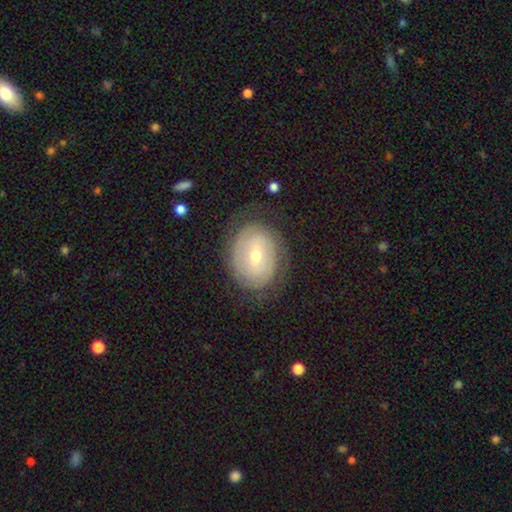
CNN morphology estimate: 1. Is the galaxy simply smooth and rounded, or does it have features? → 66% featured or disk, 27% smooth, 7% star or artifact.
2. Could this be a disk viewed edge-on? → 96% no, 4% yes.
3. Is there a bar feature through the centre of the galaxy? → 44% weak, 40% no, 16% strong.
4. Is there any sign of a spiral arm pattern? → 75% yes, 25% no.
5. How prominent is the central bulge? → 49% moderate, 48% small, 2% large, 1% none, 1% dominant.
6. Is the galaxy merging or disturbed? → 75% none, 16% minor disturbance, 8% major disturbance, 1% merger.